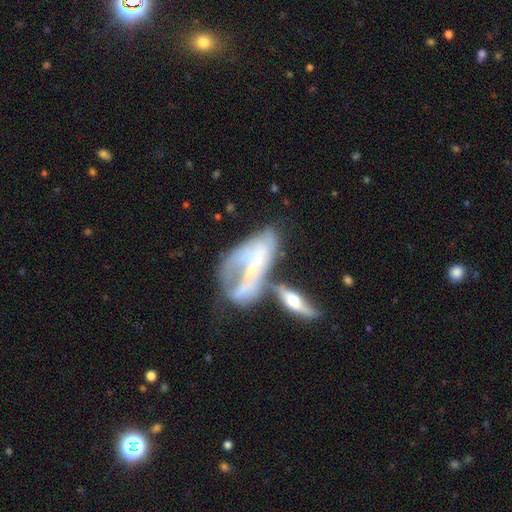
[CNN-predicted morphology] smooth-or-featured: featured or disk: 56% | smooth: 35% | star or artifact: 9%
  disk-edge-on: no: 80% | yes: 20%
  merging: merger: 54% | major disturbance: 22% | none: 13% | minor disturbance: 11%